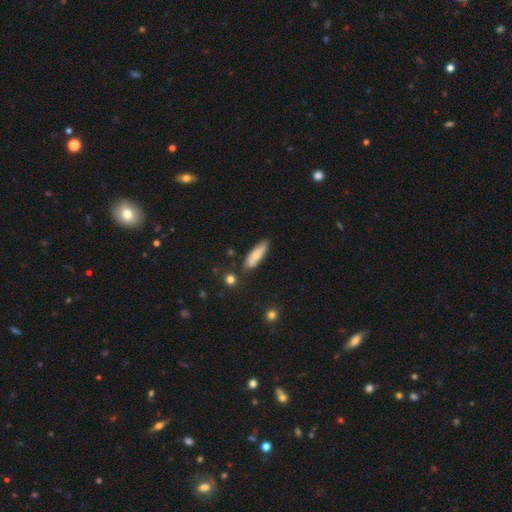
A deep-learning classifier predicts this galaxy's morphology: Smooth or featured? smooth (67%)
How rounded? cigar-shaped (57%)
Merging? none (76%)